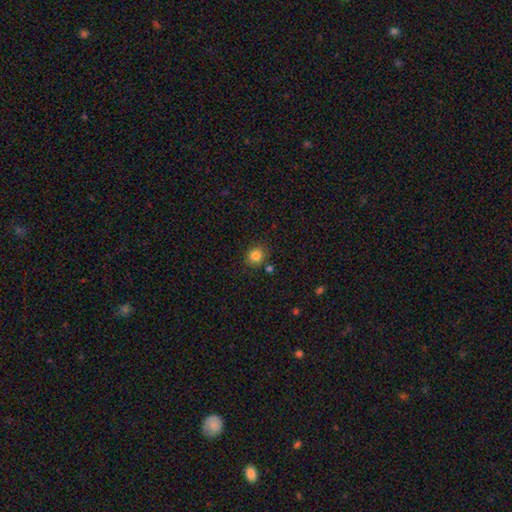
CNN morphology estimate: Smooth or featured? Predicted: smooth (p=0.83). How rounded? Predicted: round (p=0.82). Merging? Predicted: none (p=0.83).